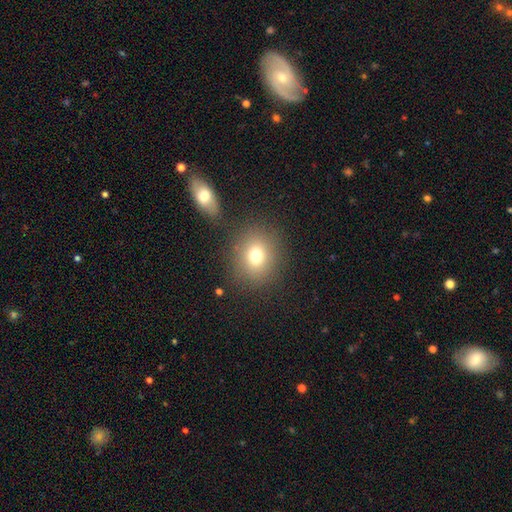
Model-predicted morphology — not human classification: This appears to be a smooth galaxy with no disk features (75%) that is round (75%). Merging: none (81%).